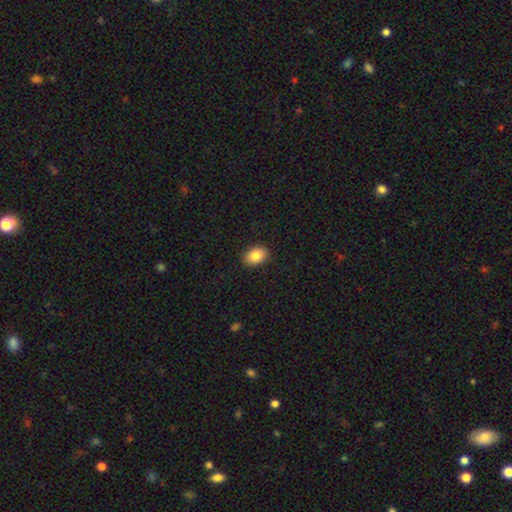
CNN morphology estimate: This appears to be a smooth galaxy with no disk features (84%) that is in between round and cigar-shaped (78%). Merging: none (90%).